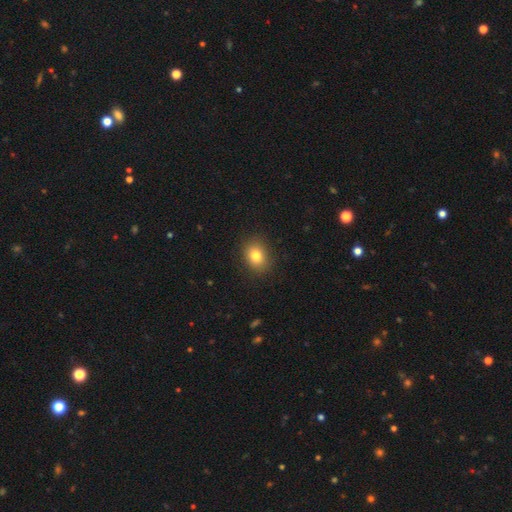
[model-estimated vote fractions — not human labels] smooth-or-featured: smooth: 81% | star or artifact: 11% | featured or disk: 8%
  how-rounded: round: 50% | in between: 49% | cigar-shaped: 1%
  merging: none: 87% | minor disturbance: 9% | major disturbance: 3% | merger: 1%